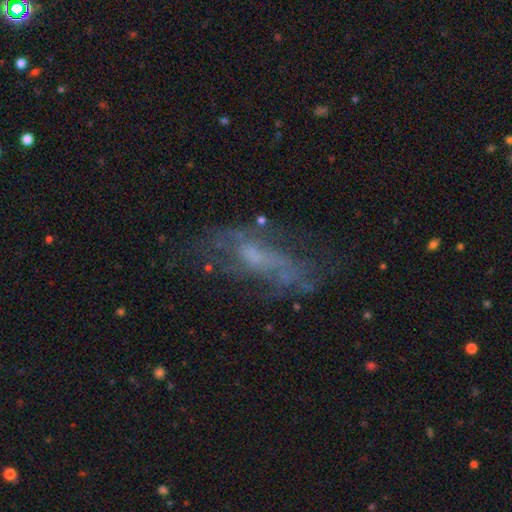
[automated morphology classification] smooth_or_featured: featured or disk (p=0.61) [alt: smooth p=0.26]
disk_edge_on: no (p=0.87) [alt: yes p=0.13]
bar: no (p=0.64) [alt: weak p=0.29]
has_spiral_arms: no (p=0.56) [alt: yes p=0.44]
bulge_size: small (p=0.36) [alt: none p=0.33]
merging: none (p=0.47) [alt: major disturbance p=0.26]